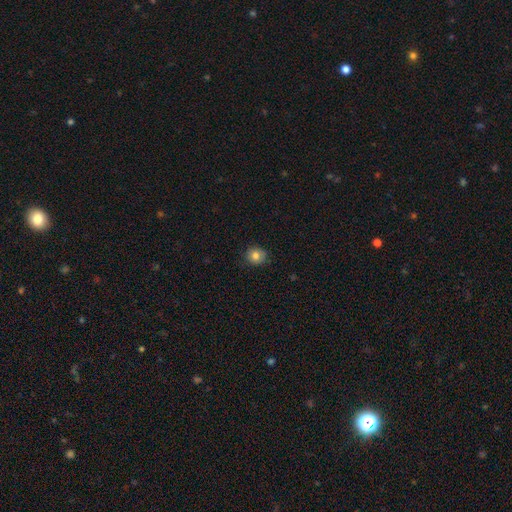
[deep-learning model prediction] Smooth or featured? Predicted: smooth (p=0.81). How rounded? Predicted: round (p=0.84). Merging? Predicted: none (p=0.85).